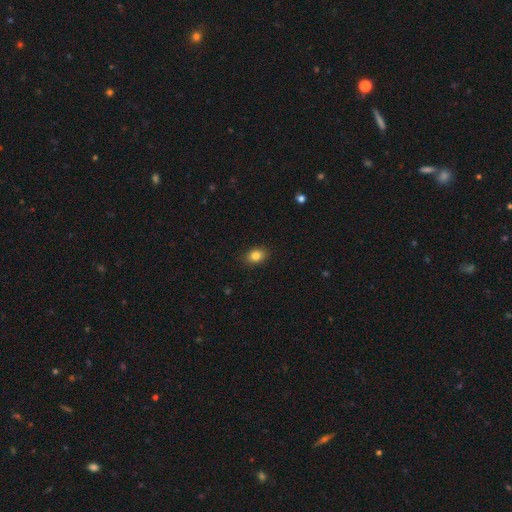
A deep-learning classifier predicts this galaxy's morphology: smooth_or_featured: smooth (p=0.83) [alt: star or artifact p=0.10]
how_rounded: in between (p=0.62) [alt: round p=0.37]
merging: none (p=0.89) [alt: minor disturbance p=0.08]